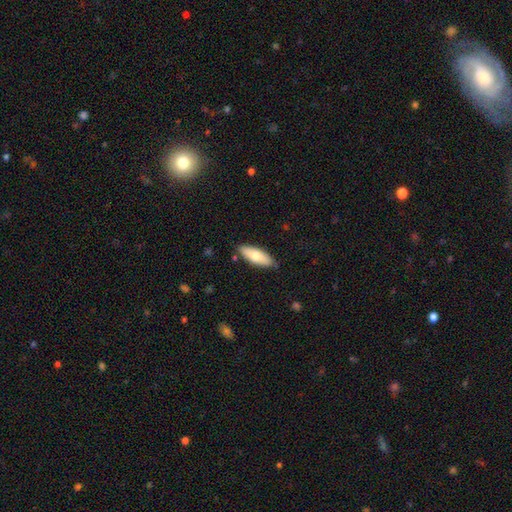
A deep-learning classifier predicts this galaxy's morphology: This appears to be a smooth galaxy with no disk features (70%) that is in between round and cigar-shaped (68%). Merging: none (83%).